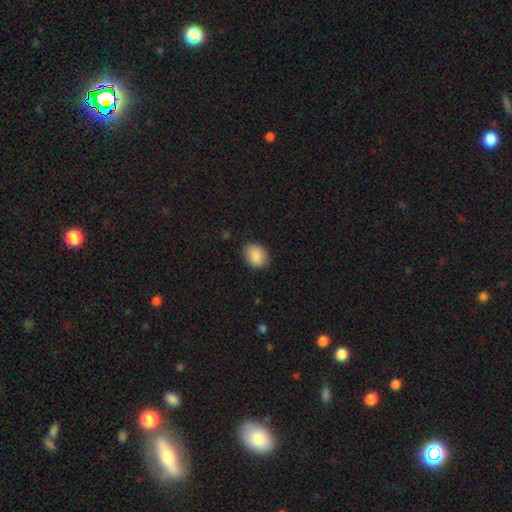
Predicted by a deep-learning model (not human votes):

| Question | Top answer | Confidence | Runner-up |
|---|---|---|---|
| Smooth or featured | smooth | 88% | star or artifact (7%) |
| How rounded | in between | 50% | round (49%) |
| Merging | none | 82% | minor disturbance (14%) |